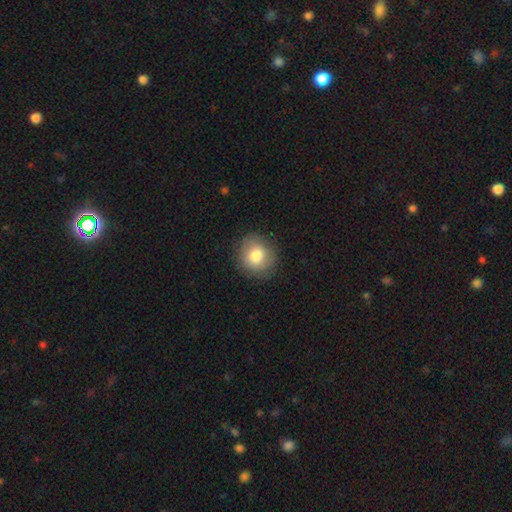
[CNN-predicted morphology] Smooth or featured: smooth — 80% (featured or disk — 12%)
How rounded: round — 85% (in between — 14%)
Merging: none — 84% (minor disturbance — 12%)